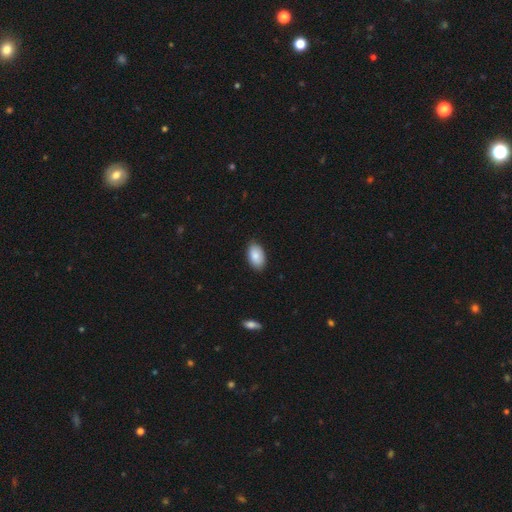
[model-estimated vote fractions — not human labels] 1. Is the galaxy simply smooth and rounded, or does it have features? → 87% smooth, 7% featured or disk, 6% star or artifact.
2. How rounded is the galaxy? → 94% in between, 5% round, 1% cigar-shaped.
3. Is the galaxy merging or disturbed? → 86% none, 11% minor disturbance, 2% major disturbance, 1% merger.